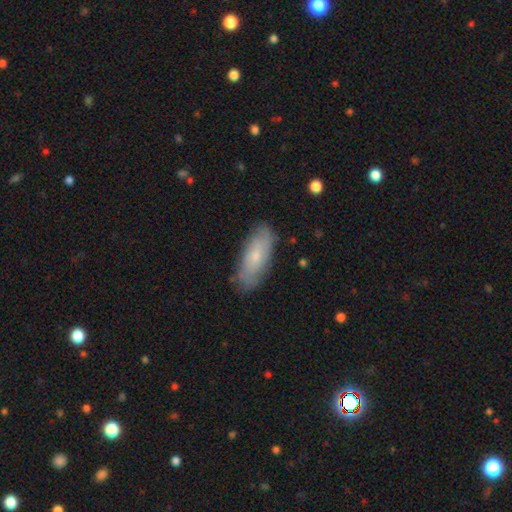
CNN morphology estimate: Smooth or featured?
  - smooth: 66% *
  - featured or disk: 27%
  - star or artifact: 6%
How rounded?
  - in between: 76% *
  - cigar-shaped: 22%
  - round: 2%
Merging?
  - none: 81% *
  - minor disturbance: 15%
  - major disturbance: 3%
  - merger: 1%